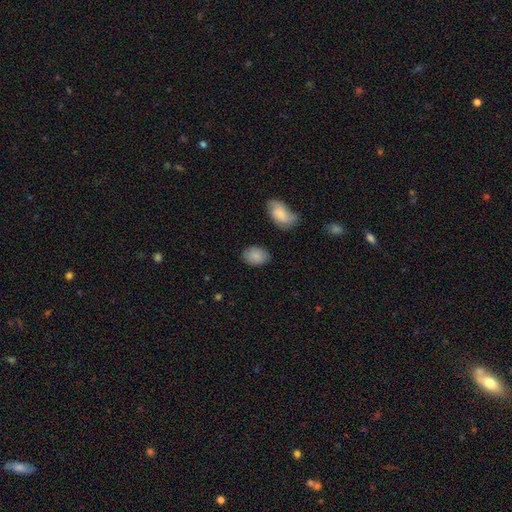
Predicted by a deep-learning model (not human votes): This appears to be a smooth galaxy with no disk features (86%) that is in between round and cigar-shaped (79%). Merging: none (82%).